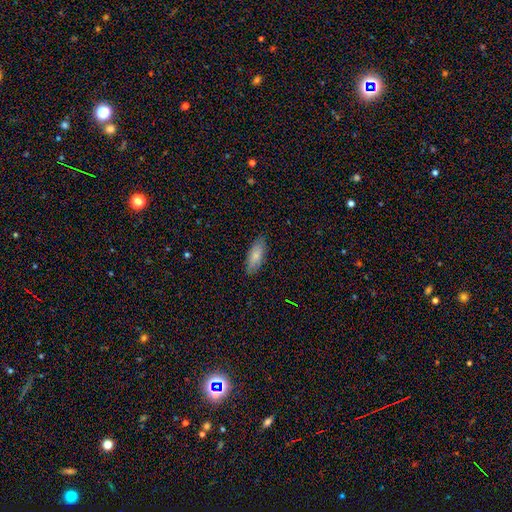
This appears to be a smooth galaxy with no disk features (85%) that is in between round and cigar-shaped (70%). Merging: none (78%).